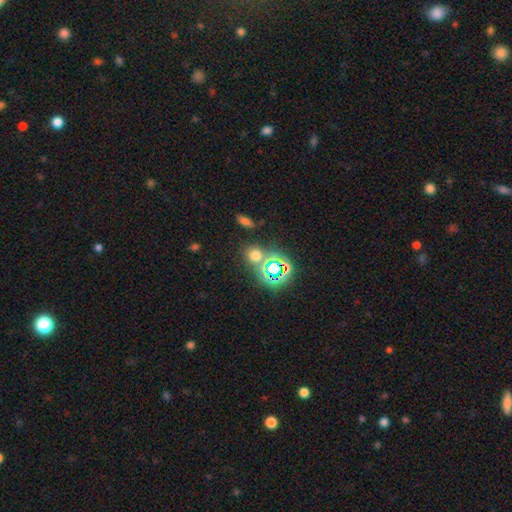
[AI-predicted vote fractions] A smooth galaxy with no disk features (53%) that is round (74%). Merging: none (71%).